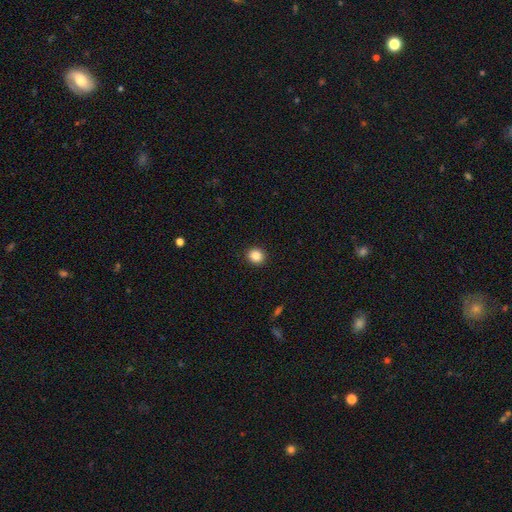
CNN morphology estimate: A smooth galaxy with no disk features (86%) that is round (86%).

Vote fractions:
- Smooth or featured? smooth: 86% / star or artifact: 10% / featured or disk: 4%
- How rounded? round: 86% / in between: 13% / cigar-shaped: 1%
- Merging? none: 93% / minor disturbance: 5% / major disturbance: 2% / merger: 1%